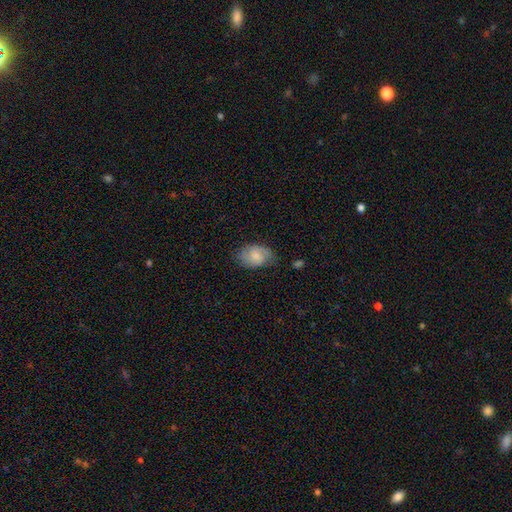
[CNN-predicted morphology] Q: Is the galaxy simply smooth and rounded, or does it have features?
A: smooth — 66%.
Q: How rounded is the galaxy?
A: in between — 83%.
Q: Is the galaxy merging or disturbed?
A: none — 62%.